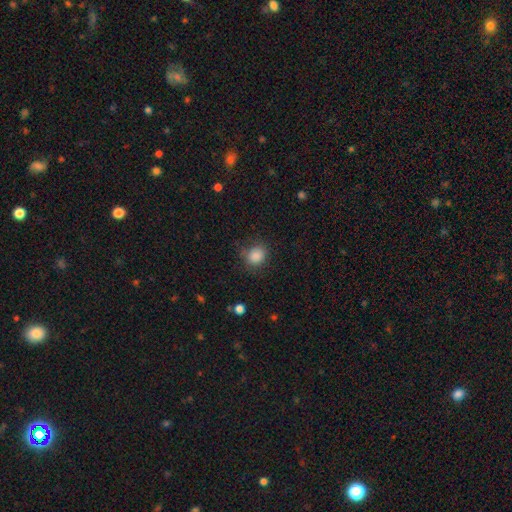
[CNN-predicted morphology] smooth-or-featured: smooth: 86% | star or artifact: 10% | featured or disk: 4%
  how-rounded: round: 71% | in between: 28% | cigar-shaped: 1%
  merging: none: 73% | minor disturbance: 19% | major disturbance: 7% | merger: 2%